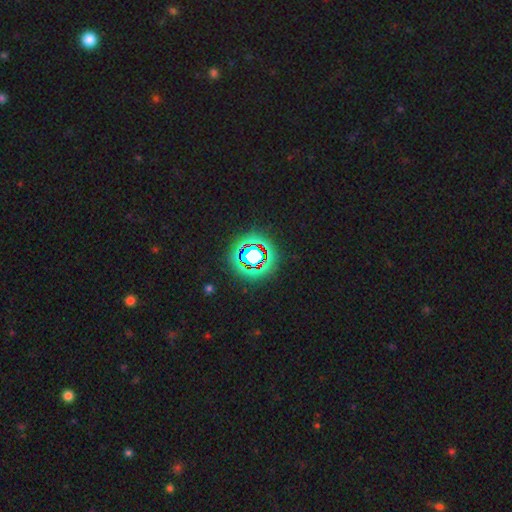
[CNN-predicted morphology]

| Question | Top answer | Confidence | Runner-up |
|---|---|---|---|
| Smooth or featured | star or artifact | 69% | smooth (19%) |